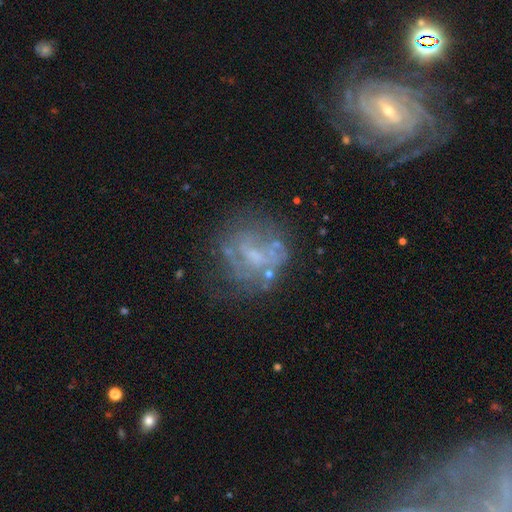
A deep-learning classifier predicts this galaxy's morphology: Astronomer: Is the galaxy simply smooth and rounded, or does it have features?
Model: featured or disk — 62%.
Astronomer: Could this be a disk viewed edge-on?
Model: no — 98%.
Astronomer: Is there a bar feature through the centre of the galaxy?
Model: no — 67%.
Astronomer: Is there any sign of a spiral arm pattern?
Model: no — 69%.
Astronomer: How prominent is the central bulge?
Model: none — 44% (runner-up: small, 34%).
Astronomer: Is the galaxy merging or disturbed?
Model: none — 54%.